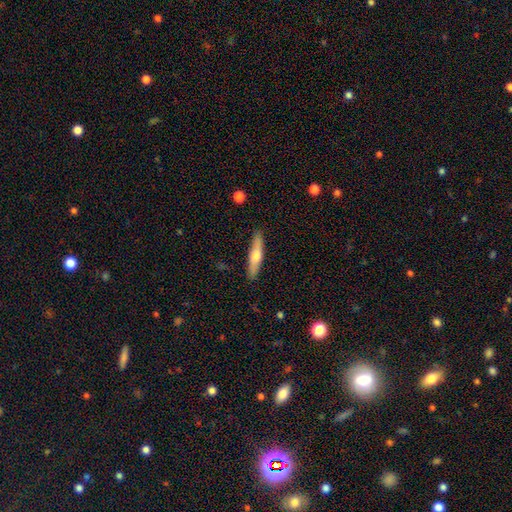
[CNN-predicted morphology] Q: Smooth or featured?
A: smooth (54%); runner-up: featured or disk (41%)
Q: How rounded?
A: cigar-shaped (83%); runner-up: in between (15%)
Q: Merging?
A: none (89%); runner-up: minor disturbance (8%)